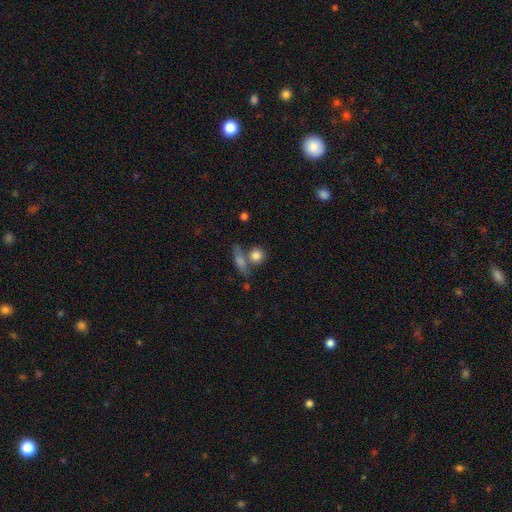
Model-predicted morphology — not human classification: Smooth or featured? smooth (81%)
How rounded? round (77%)
Merging? none (55%)